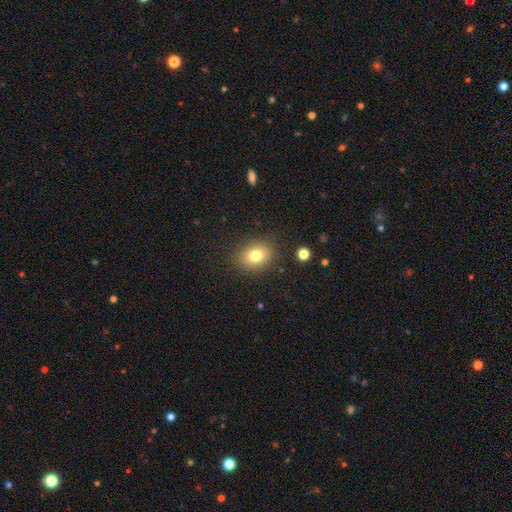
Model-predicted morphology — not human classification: This is likely a smooth galaxy (78%). How rounded: possibly in between (58%). Merging: clearly none (85%).